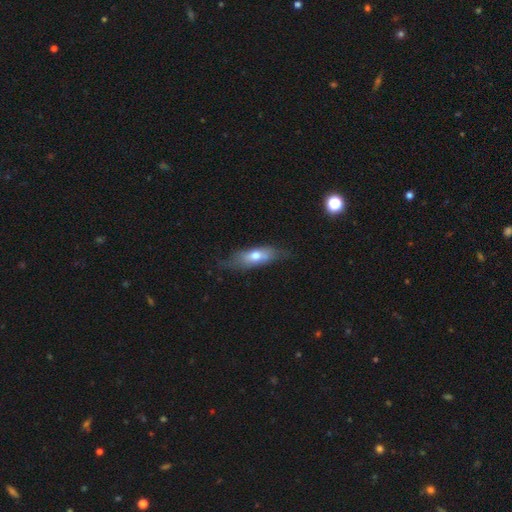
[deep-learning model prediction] Smooth or featured: smooth — 58% (featured or disk — 35%)
How rounded: in between — 67% (cigar-shaped — 30%)
Merging: none — 57% (minor disturbance — 29%)